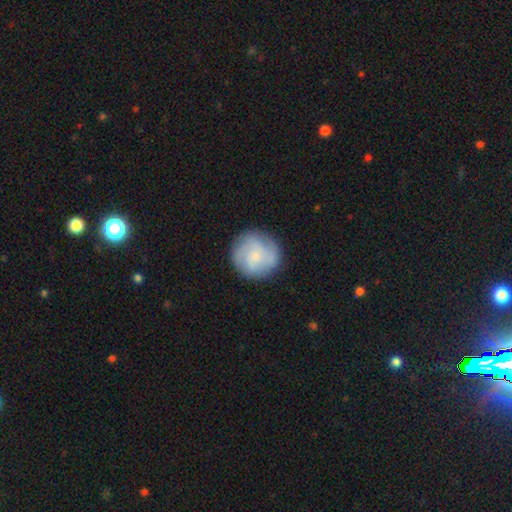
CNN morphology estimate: Smooth or featured? Predicted: smooth (p=0.51). How rounded? Predicted: round (p=0.93). Merging? Predicted: none (p=0.81).